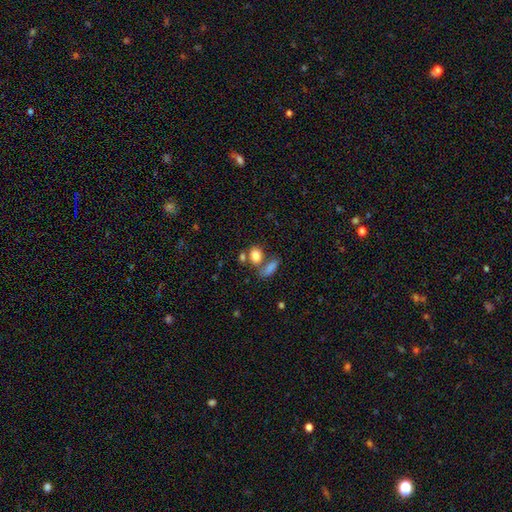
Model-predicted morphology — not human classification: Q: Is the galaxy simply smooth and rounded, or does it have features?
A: smooth — 82%.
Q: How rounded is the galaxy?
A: in between — 61%.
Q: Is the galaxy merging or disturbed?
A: none — 51%.